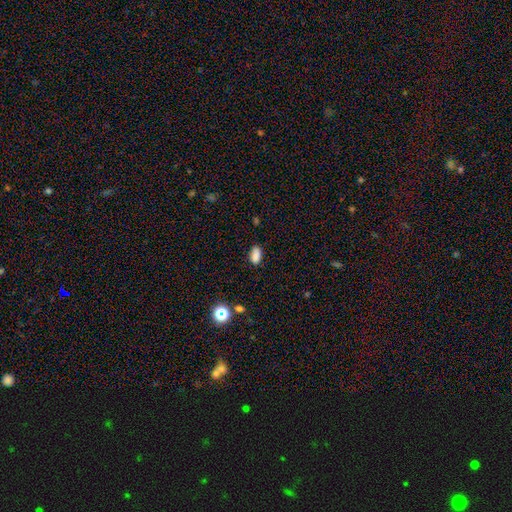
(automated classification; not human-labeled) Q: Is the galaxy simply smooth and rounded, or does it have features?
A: smooth — 84%.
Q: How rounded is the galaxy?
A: in between — 89%.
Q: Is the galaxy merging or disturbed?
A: none — 83%.